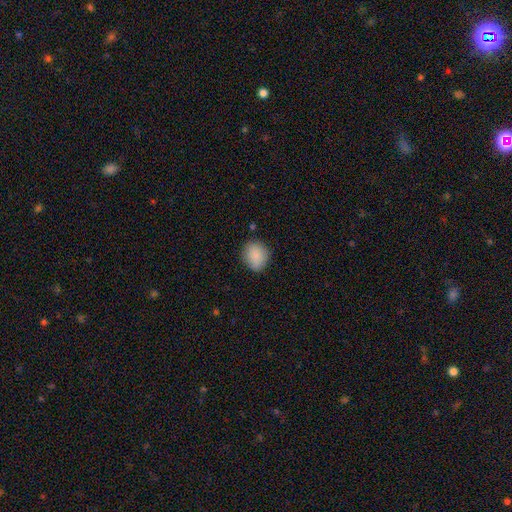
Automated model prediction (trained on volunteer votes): Overall: smooth (87%). How rounded: round (67%; in between 32%). Merging: none (81%).